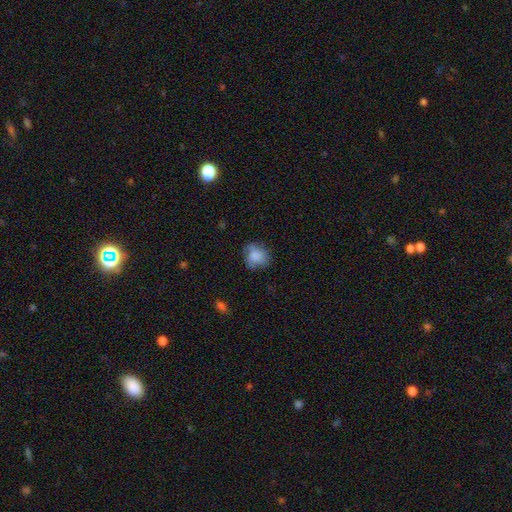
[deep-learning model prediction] Q: Smooth or featured?
A: smooth (76%); runner-up: featured or disk (15%)
Q: How rounded?
A: round (68%); runner-up: in between (31%)
Q: Merging?
A: none (60%); runner-up: minor disturbance (27%)